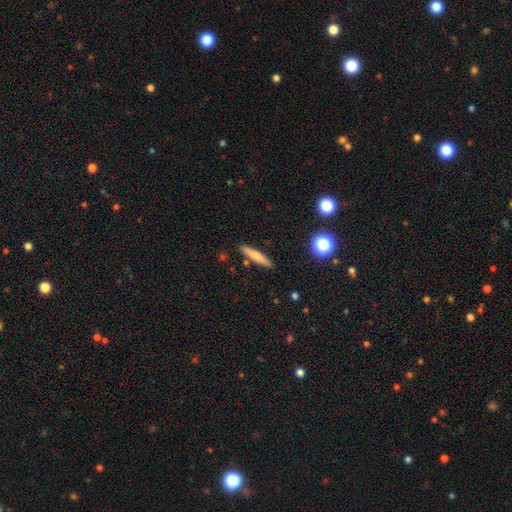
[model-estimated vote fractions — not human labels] Morphology: type=smooth (67%); roundness=cigar-shaped (90%); merging=none (88%).